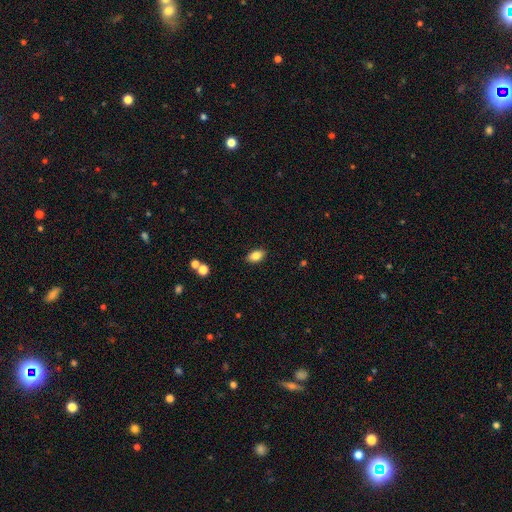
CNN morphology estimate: smooth_or_featured: smooth (p=0.84) [alt: star or artifact p=0.09]
how_rounded: in between (p=0.90) [alt: round p=0.07]
merging: none (p=0.87) [alt: minor disturbance p=0.09]